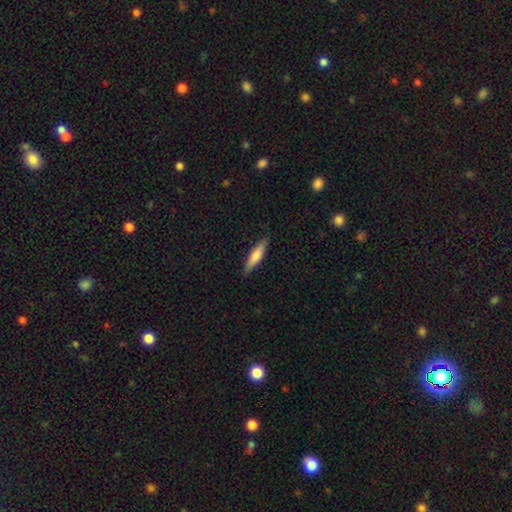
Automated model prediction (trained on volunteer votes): Smooth or featured?
  - smooth: 64% *
  - featured or disk: 30%
  - star or artifact: 5%
How rounded?
  - cigar-shaped: 81% *
  - in between: 17%
  - round: 2%
Merging?
  - none: 88% *
  - minor disturbance: 9%
  - major disturbance: 2%
  - merger: 1%